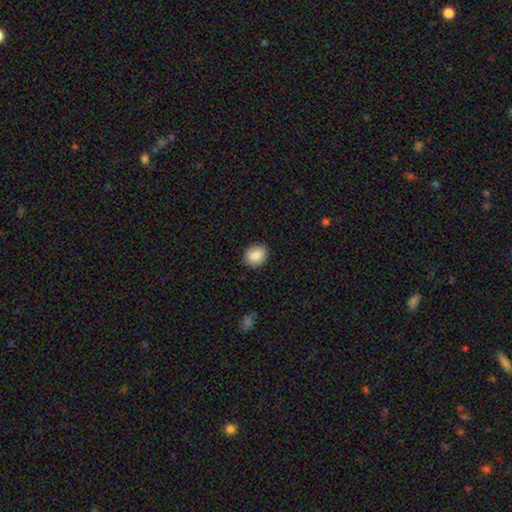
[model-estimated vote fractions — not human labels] This appears to be a smooth galaxy with no disk features (86%) that is round (60%). Merging: none (89%).